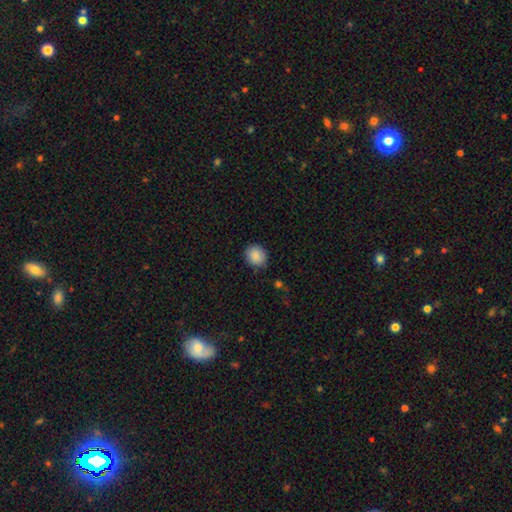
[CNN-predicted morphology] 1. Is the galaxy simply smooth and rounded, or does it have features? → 88% smooth, 8% star or artifact, 4% featured or disk.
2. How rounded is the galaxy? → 69% round, 30% in between, 1% cigar-shaped.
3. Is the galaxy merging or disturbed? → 85% none, 11% minor disturbance, 3% major disturbance, 1% merger.